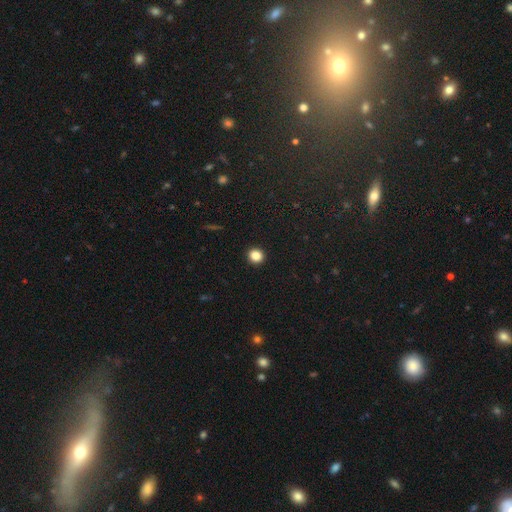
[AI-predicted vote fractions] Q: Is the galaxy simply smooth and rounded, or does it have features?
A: smooth — 85%.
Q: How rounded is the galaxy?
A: round — 90%.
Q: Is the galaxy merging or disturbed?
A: none — 93%.